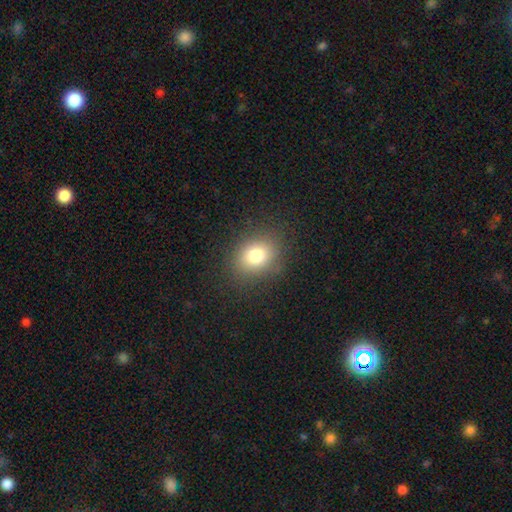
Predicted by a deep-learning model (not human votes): The model was most divided on "how rounded": round: 55%, in between: 44%, cigar-shaped: 1%. More confident: merging — none (84%); smooth or featured — smooth (78%).